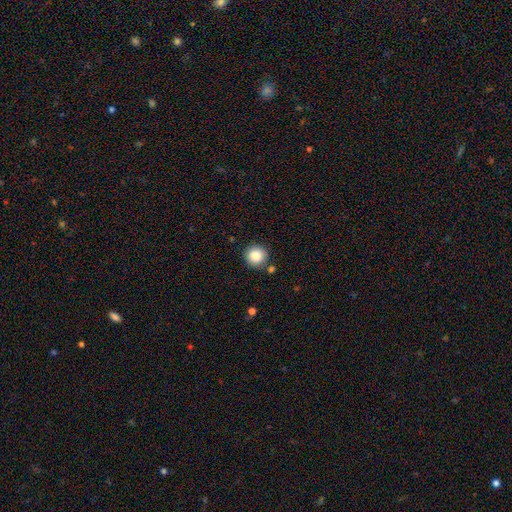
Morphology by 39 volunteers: Smooth or featured? 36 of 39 (92%) said smooth. How rounded? 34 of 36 (94%) said round. Merging? 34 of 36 (94%) said none.